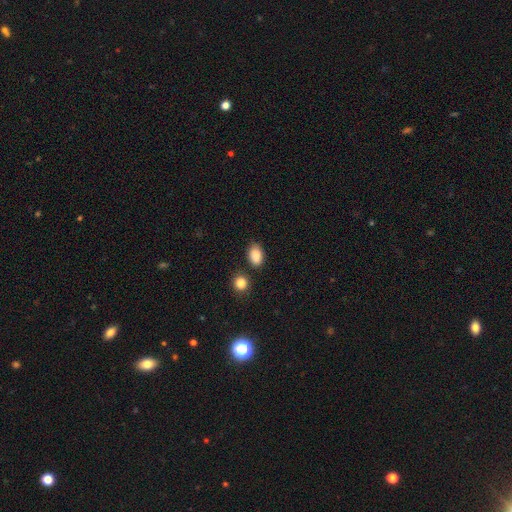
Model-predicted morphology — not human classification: smooth 87%, star or artifact 8%, featured or disk 5%. Down the decision tree: how rounded — in between (87%); merging — none (75%).